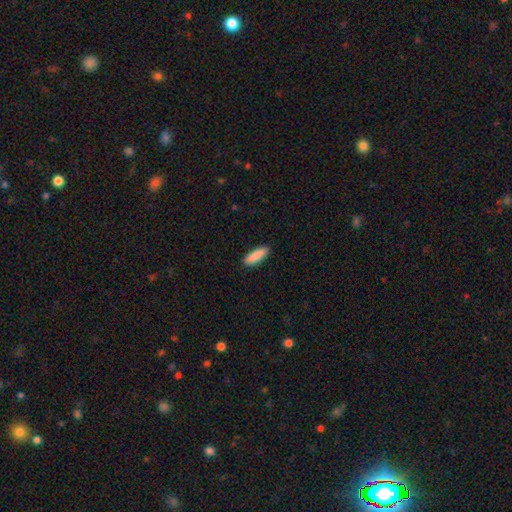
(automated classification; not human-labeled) A smooth galaxy with no disk features (89%) that is cigar-shaped (54%). Merging: none (90%).